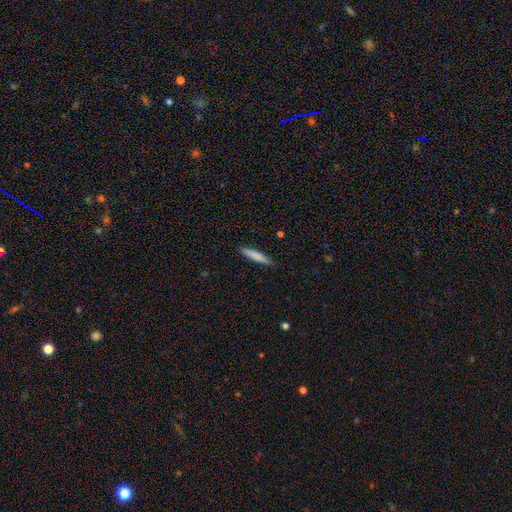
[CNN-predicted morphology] A smooth galaxy with no disk features (82%) that is cigar-shaped (91%). Merging: none (91%).